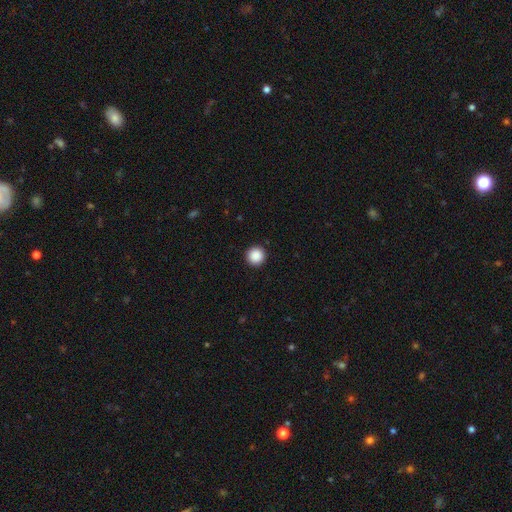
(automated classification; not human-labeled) A smooth galaxy with no disk features (89%) that is round (96%). Merging: none (93%).